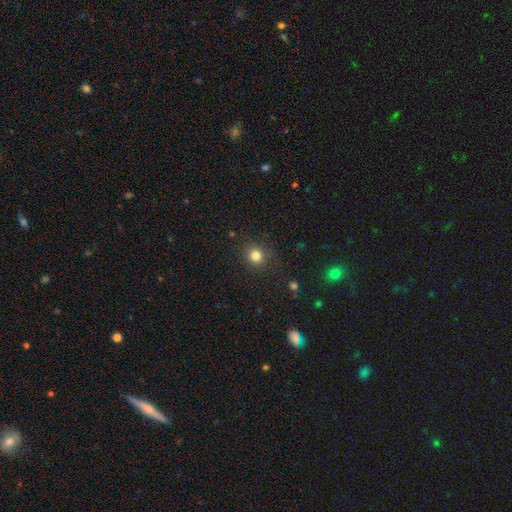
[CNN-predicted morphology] The model was most divided on "smooth or featured": smooth: 81%, star or artifact: 13%, featured or disk: 5%. More confident: merging — none (86%); how rounded — round (86%).